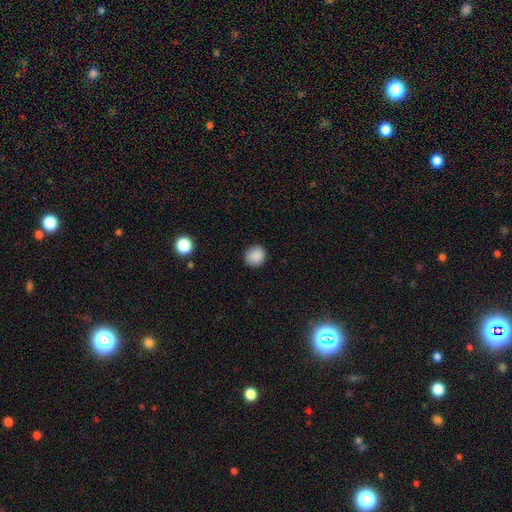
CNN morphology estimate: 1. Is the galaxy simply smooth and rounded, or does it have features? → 88% smooth, 9% star or artifact, 3% featured or disk.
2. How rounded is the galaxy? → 84% round, 15% in between, 1% cigar-shaped.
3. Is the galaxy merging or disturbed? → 89% none, 8% minor disturbance, 2% major disturbance, 1% merger.